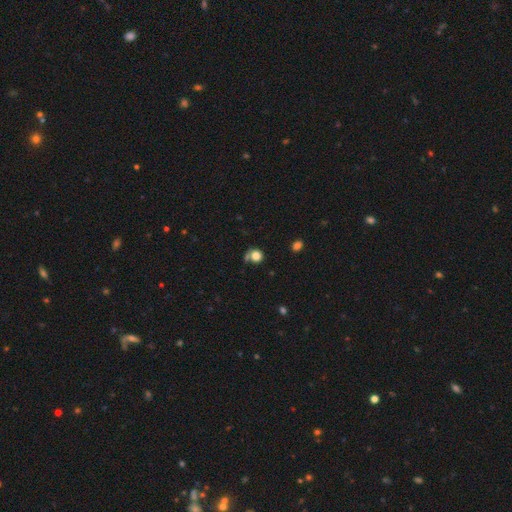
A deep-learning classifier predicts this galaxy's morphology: Smooth or featured?
  - smooth: 81% *
  - star or artifact: 11%
  - featured or disk: 8%
How rounded?
  - round: 83% *
  - in between: 16%
  - cigar-shaped: 1%
Merging?
  - none: 56% *
  - minor disturbance: 17%
  - merger: 17%
  - major disturbance: 10%